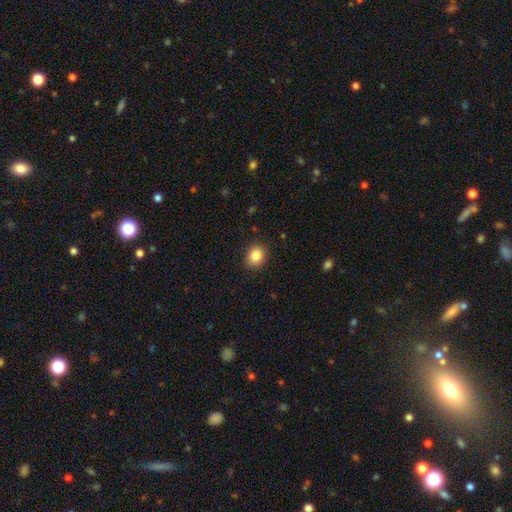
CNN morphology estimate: The model was most divided on "how rounded": round: 51%, in between: 48%, cigar-shaped: 1%. More confident: merging — none (86%); smooth or featured — smooth (85%).